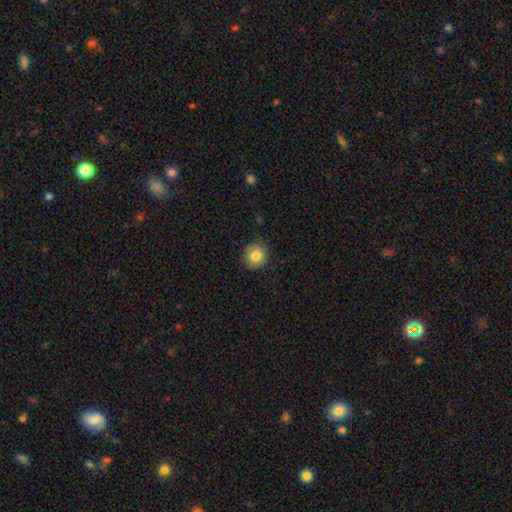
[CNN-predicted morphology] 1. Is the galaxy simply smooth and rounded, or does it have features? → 80% smooth, 11% featured or disk, 9% star or artifact.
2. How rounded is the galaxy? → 84% round, 15% in between, 1% cigar-shaped.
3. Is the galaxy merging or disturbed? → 86% none, 11% minor disturbance, 2% major disturbance, 1% merger.